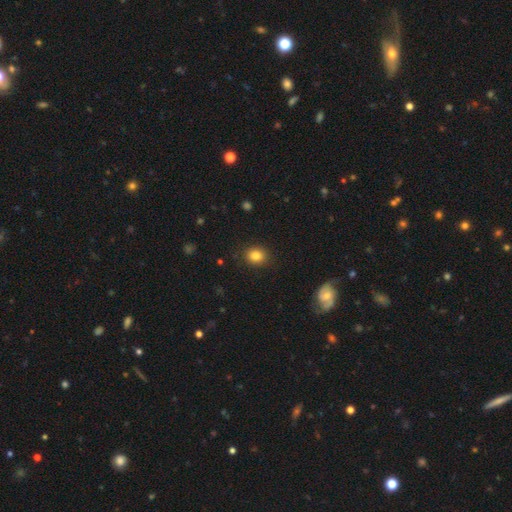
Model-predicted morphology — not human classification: smooth_or_featured: smooth (p=0.84) [alt: star or artifact p=0.10]
how_rounded: round (p=0.70) [alt: in between p=0.29]
merging: none (p=0.89) [alt: minor disturbance p=0.08]